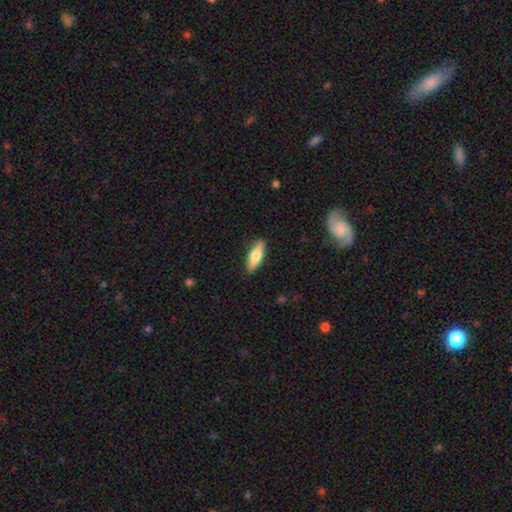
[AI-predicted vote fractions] smooth 61%, featured or disk 33%, star or artifact 6%. Down the decision tree: how rounded — in between (50%); merging — none (88%).